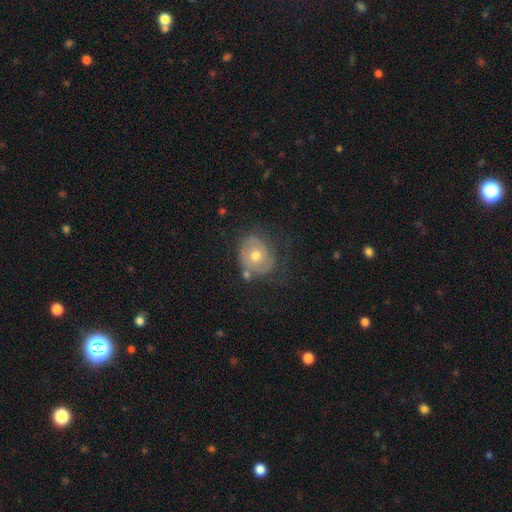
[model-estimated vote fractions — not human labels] Smooth or featured: featured or disk — 60% (smooth — 32%)
Edge-on disk: no — 96% (yes — 4%)
Bar: no — 84% (weak — 13%)
Spiral arms: yes — 59% (no — 41%)
Bulge size: moderate — 76% (small — 17%)
Merging: none — 57% (minor disturbance — 23%)